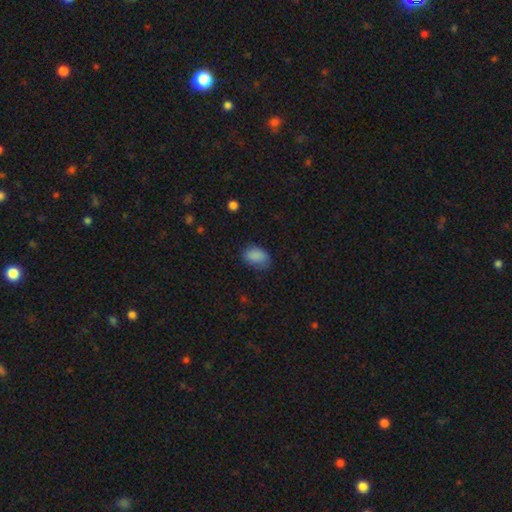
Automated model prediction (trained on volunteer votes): Smooth or featured? smooth (86%)
How rounded? in between (82%)
Merging? none (65%)